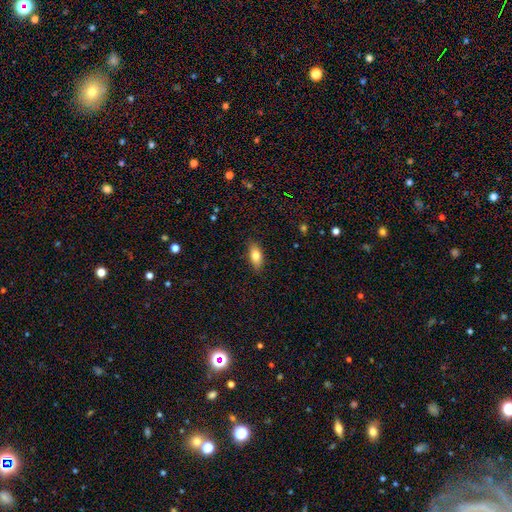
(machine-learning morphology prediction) type=smooth (78%); roundness=in between (84%); merging=none (85%).